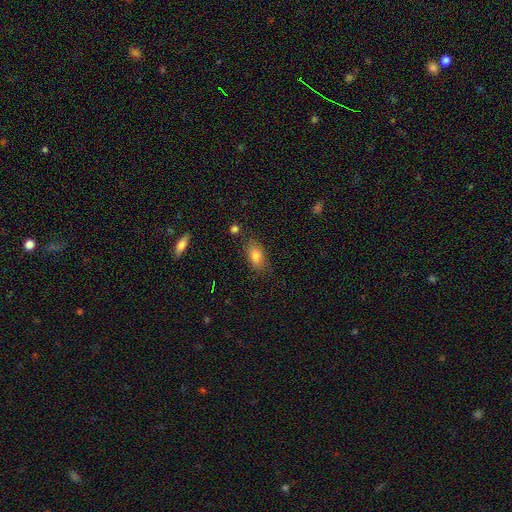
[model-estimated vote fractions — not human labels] Smooth or featured?
  - smooth: 80% *
  - featured or disk: 11%
  - star or artifact: 9%
How rounded?
  - in between: 88% *
  - round: 7%
  - cigar-shaped: 5%
Merging?
  - none: 77% *
  - minor disturbance: 16%
  - major disturbance: 4%
  - merger: 3%